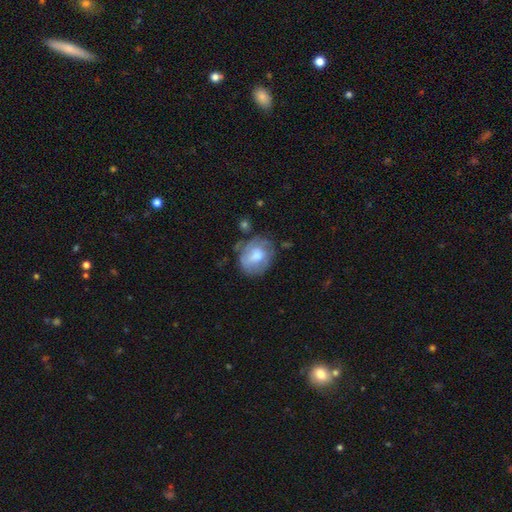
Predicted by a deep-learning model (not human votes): Morphology: type=smooth (50%); merging=none (52%).